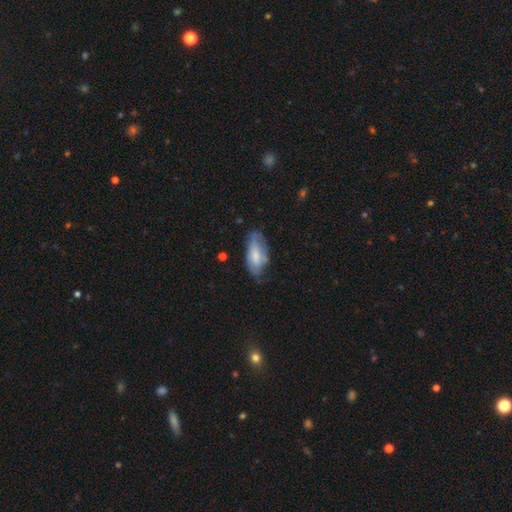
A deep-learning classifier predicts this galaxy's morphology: Smooth or featured? Predicted: smooth (p=0.65). How rounded? Predicted: in between (p=0.88). Merging? Predicted: none (p=0.46).